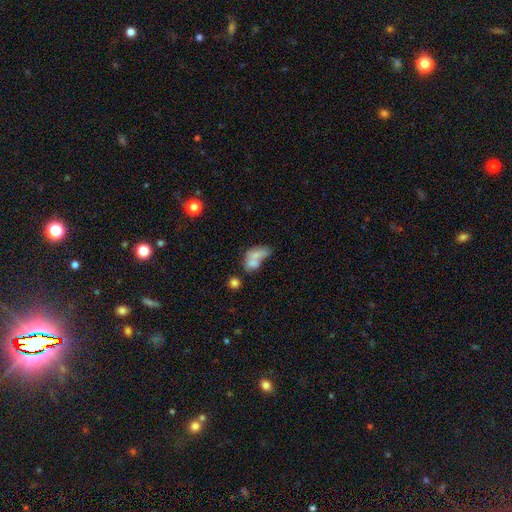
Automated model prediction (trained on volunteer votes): Morphology: type=smooth (63%); roundness=in between (81%); merging=merger (51%).